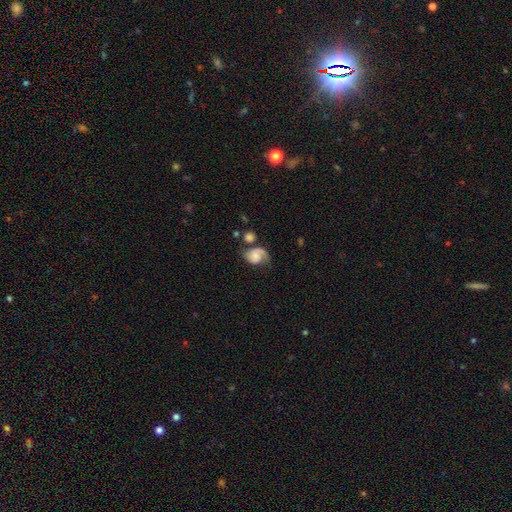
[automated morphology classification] type=featured or disk (64%); edge-on=no (98%); bar=no (70%); spiral arms=yes (91%); winding=medium (42%); arm count=2 (53%); bulge=small (47%); merging=none (46%).